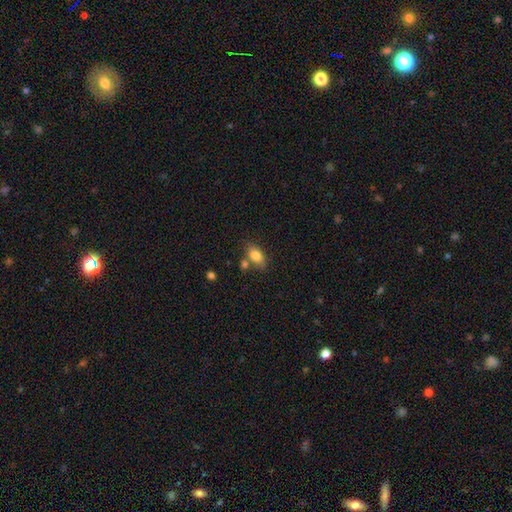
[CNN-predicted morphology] Smooth or featured: smooth — 81% (featured or disk — 10%)
How rounded: in between — 87% (round — 8%)
Merging: none — 66% (merger — 16%)